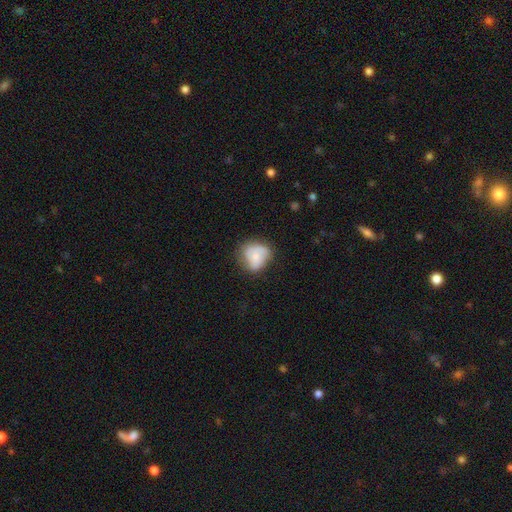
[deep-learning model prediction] Overall: smooth (60%; featured or disk 32%). How rounded: round (62%; in between 37%). Merging: none (52%; minor disturbance 32%).